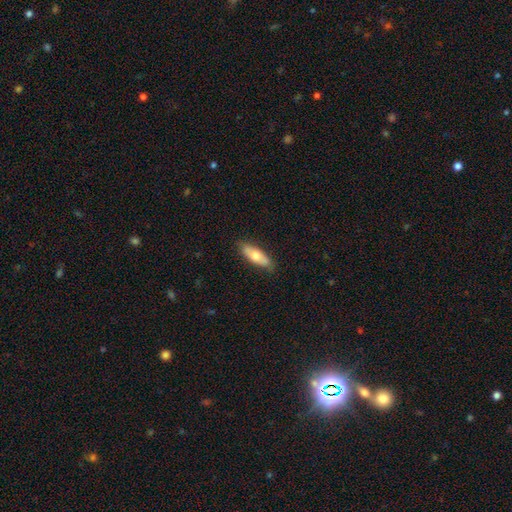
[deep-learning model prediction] Smooth or featured? smooth (63%)
How rounded? in between (63%)
Merging? none (84%)